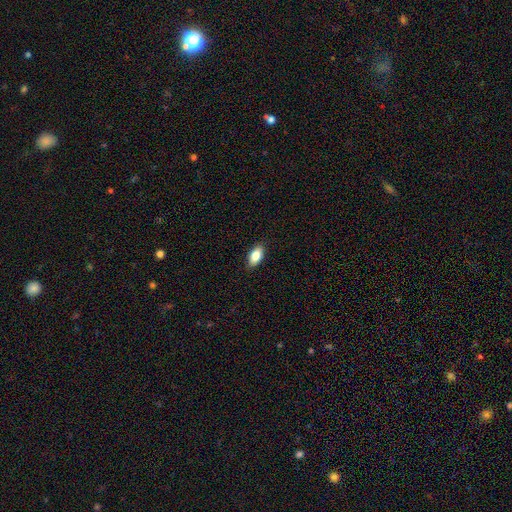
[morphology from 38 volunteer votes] This is likely a smooth galaxy (74%). How rounded: clearly in between (93%). Merging: clearly none (89%).